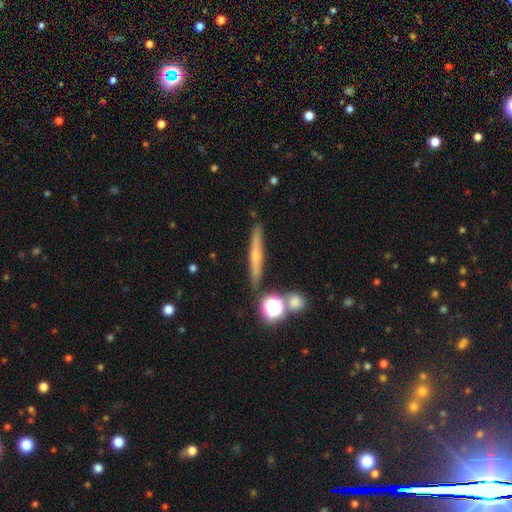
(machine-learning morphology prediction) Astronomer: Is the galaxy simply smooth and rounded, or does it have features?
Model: featured or disk — 59%.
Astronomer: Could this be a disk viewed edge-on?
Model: yes — 94%.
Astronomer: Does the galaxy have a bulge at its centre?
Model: rounded — 79%.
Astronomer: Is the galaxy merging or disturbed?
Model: none — 86%.